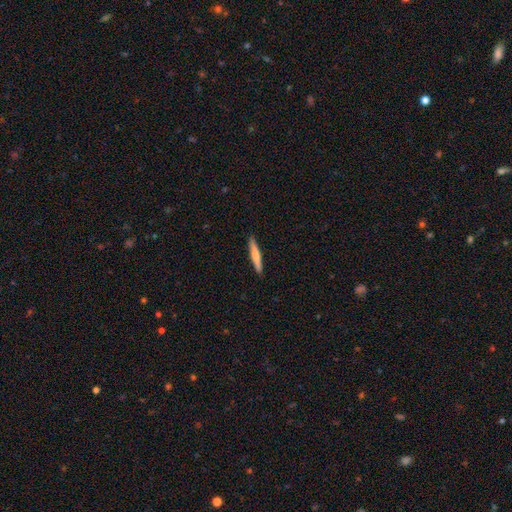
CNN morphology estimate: This is likely a smooth galaxy (66%). How rounded: clearly cigar-shaped (94%). Merging: clearly none (91%).